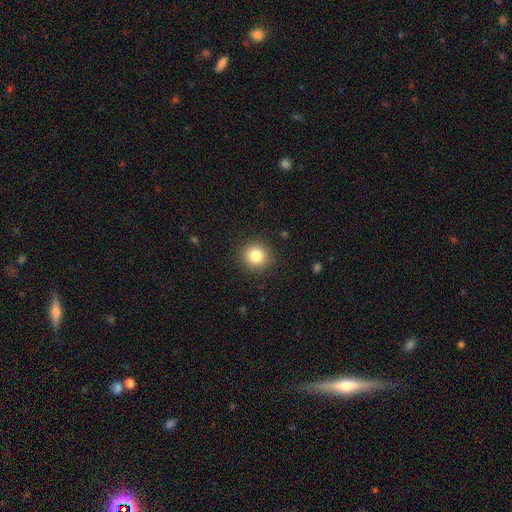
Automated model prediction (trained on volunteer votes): smooth 82%, star or artifact 11%, featured or disk 7%. Down the decision tree: how rounded — round (89%); merging — none (90%).